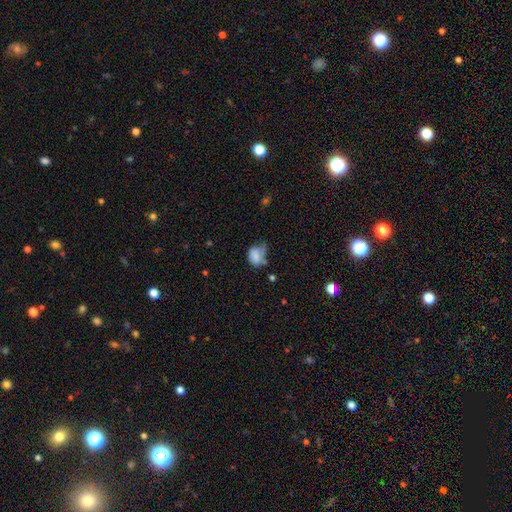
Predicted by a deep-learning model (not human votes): Overall: smooth (76%). How rounded: in between (66%; round 33%). Merging: minor disturbance (38%; none 31%).